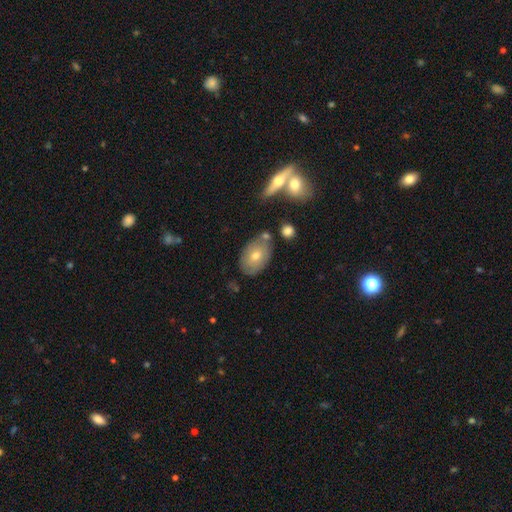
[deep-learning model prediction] smooth_or_featured: smooth (p=0.60) [alt: featured or disk p=0.32]
how_rounded: in between (p=0.86) [alt: round p=0.13]
merging: none (p=0.72) [alt: minor disturbance p=0.16]